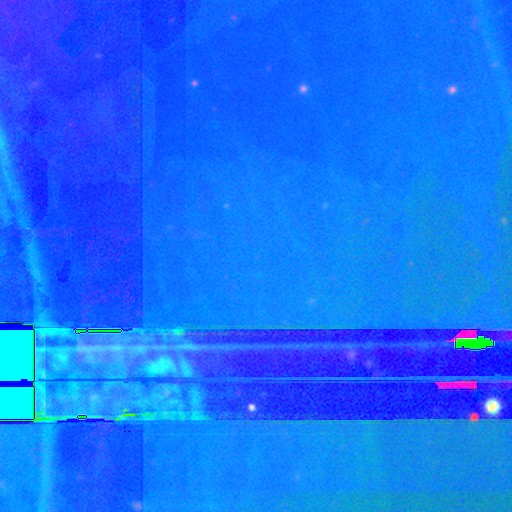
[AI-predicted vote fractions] Smooth or featured? Predicted: star or artifact (p=0.87).